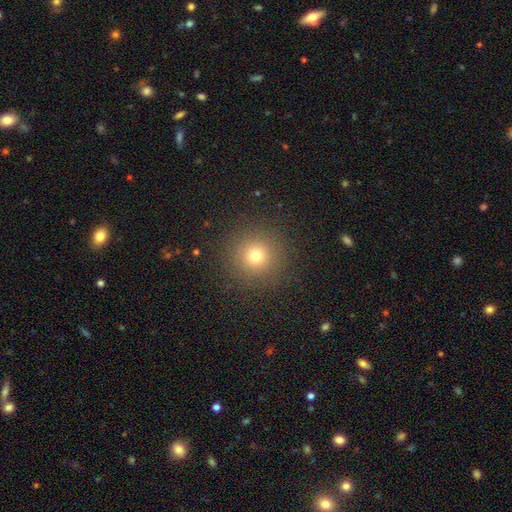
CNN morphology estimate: Smooth or featured? smooth (72%)
How rounded? round (95%)
Merging? none (90%)